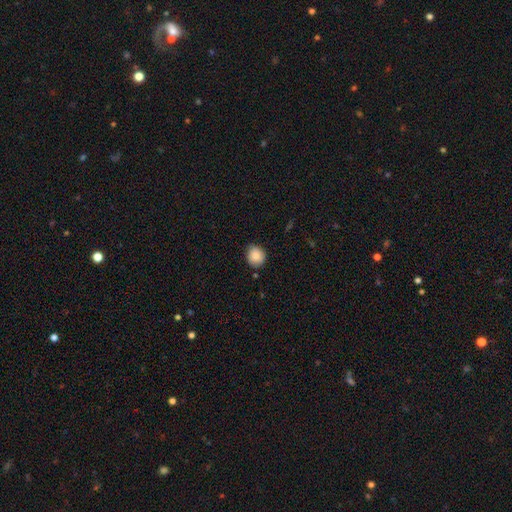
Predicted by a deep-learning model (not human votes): This is clearly a smooth galaxy (87%). How rounded: clearly round (81%). Merging: likely none (80%).